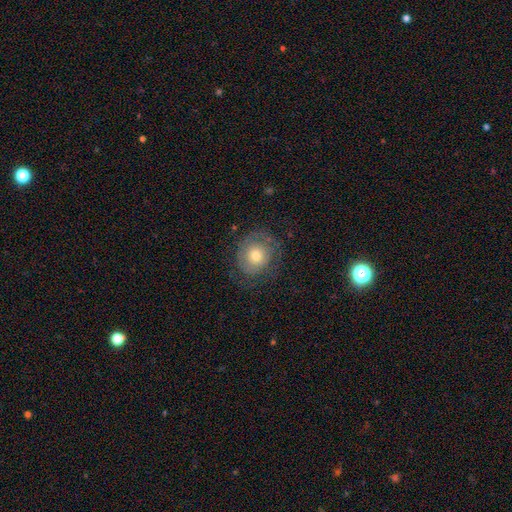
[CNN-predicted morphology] Q: Smooth or featured?
A: smooth (52%); runner-up: featured or disk (39%)
Q: How rounded?
A: round (79%); runner-up: in between (20%)
Q: Merging?
A: none (69%); runner-up: minor disturbance (19%)